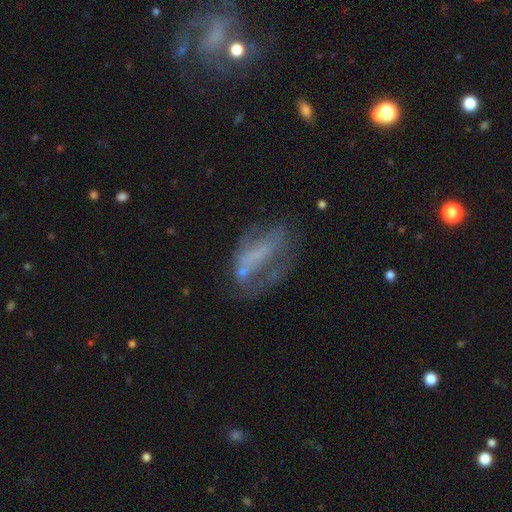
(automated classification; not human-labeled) smooth-or-featured: featured or disk: 52% | smooth: 34% | star or artifact: 13%
  disk-edge-on: no: 91% | yes: 9%
  merging: none: 36% | major disturbance: 35% | minor disturbance: 22% | merger: 7%